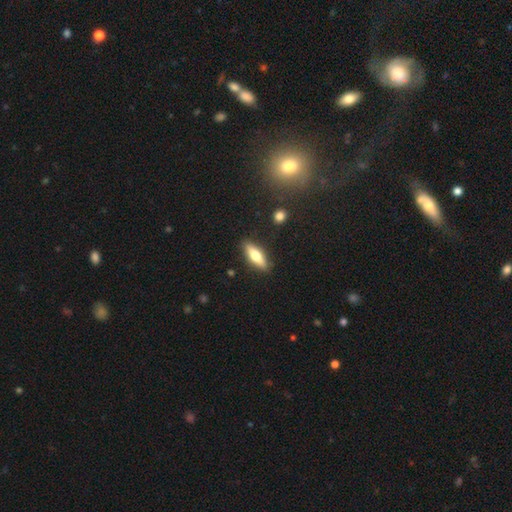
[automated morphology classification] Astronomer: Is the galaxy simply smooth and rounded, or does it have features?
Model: smooth — 61%.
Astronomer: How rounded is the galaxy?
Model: cigar-shaped — 52% (runner-up: in between, 46%).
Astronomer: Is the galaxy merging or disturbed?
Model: none — 87%.